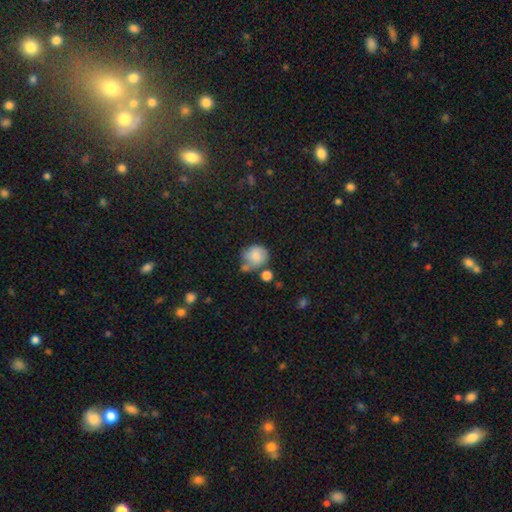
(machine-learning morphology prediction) A smooth galaxy with no disk features (76%) that is round (73%).

Vote fractions:
- Smooth or featured? smooth: 76% / featured or disk: 16% / star or artifact: 9%
- How rounded? round: 73% / in between: 26% / cigar-shaped: 1%
- Merging? none: 41% / minor disturbance: 27% / merger: 19% / major disturbance: 13%